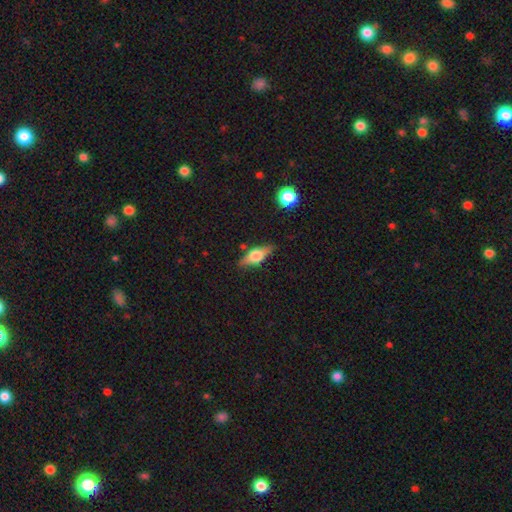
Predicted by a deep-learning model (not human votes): The model was most divided on "smooth or featured": featured or disk: 54%, smooth: 39%, star or artifact: 8%. More confident: edge-on disk — yes (92%); merging — none (83%).